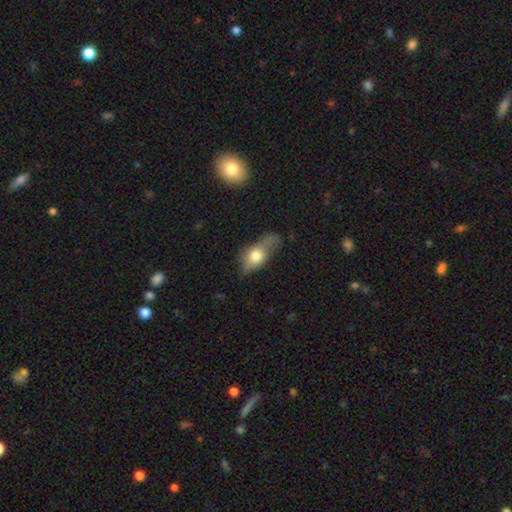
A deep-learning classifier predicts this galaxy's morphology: smooth_or_featured: smooth (p=0.66) [alt: featured or disk p=0.26]
how_rounded: in between (p=0.78) [alt: cigar-shaped p=0.11]
merging: none (p=0.40) [alt: minor disturbance p=0.34]